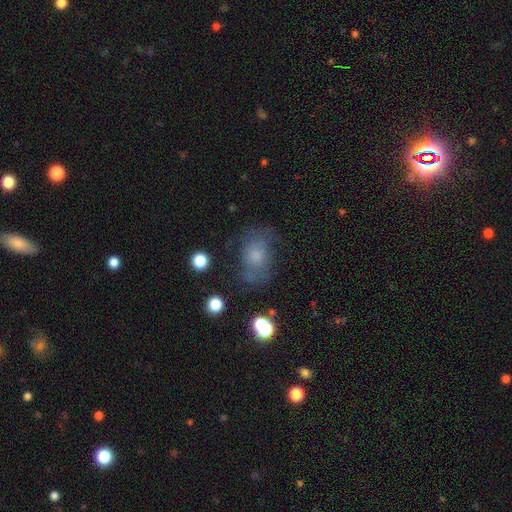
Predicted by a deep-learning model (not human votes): This appears to be a smooth galaxy with no disk features (52%) that is in between round and cigar-shaped (61%). Merging: none (58%).